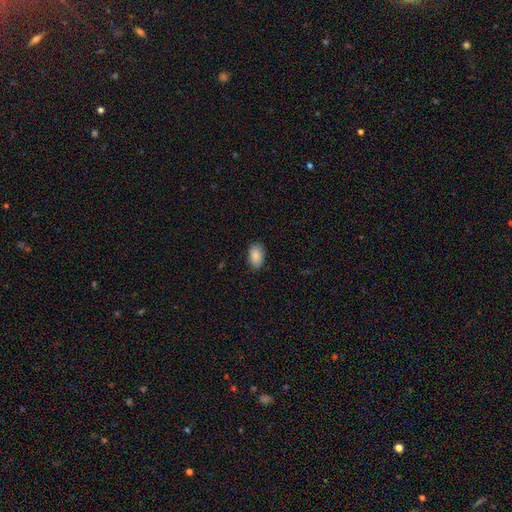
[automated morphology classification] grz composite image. It shows a smooth galaxy with no disk features (88%) that is in between round and cigar-shaped (92%). Merging: none (85%).